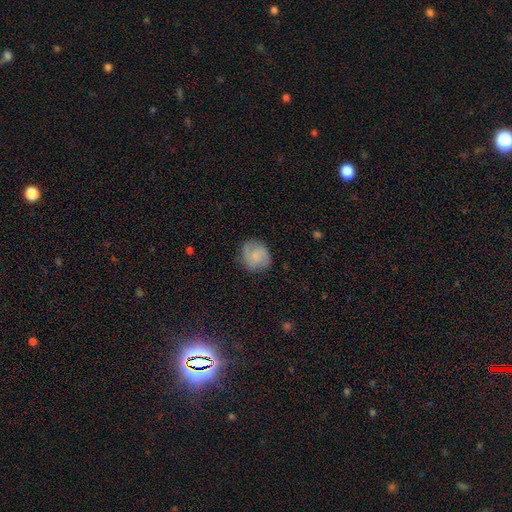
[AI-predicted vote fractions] Smooth or featured? smooth (58%)
How rounded? round (81%)
Merging? none (76%)